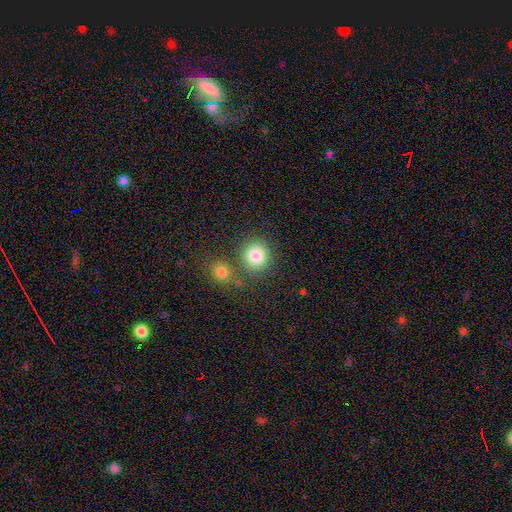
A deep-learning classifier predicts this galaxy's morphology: smooth 83%, star or artifact 10%, featured or disk 6%. Down the decision tree: how rounded — round (83%); merging — none (73%).